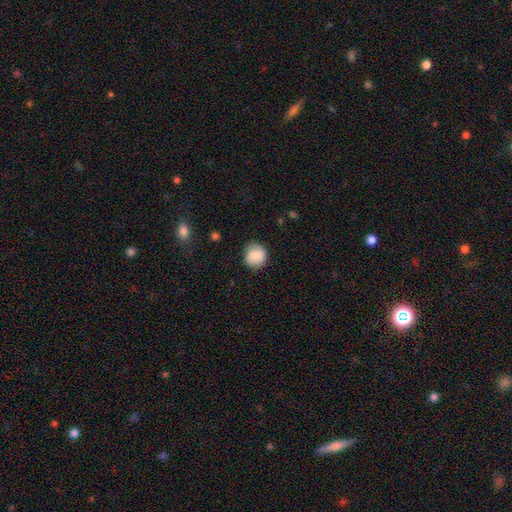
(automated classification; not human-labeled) smooth-or-featured: smooth: 86% | star or artifact: 7% | featured or disk: 7%
  how-rounded: round: 88% | in between: 11% | cigar-shaped: 1%
  merging: none: 79% | minor disturbance: 16% | major disturbance: 4% | merger: 1%